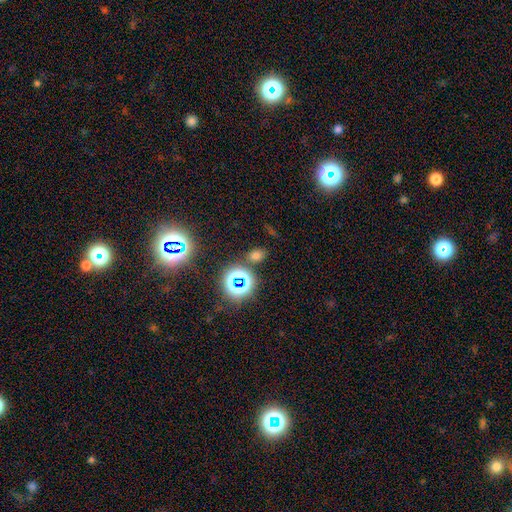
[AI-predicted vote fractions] This is likely a smooth galaxy (61%). How rounded: likely in between (64%). Merging: likely none (79%).